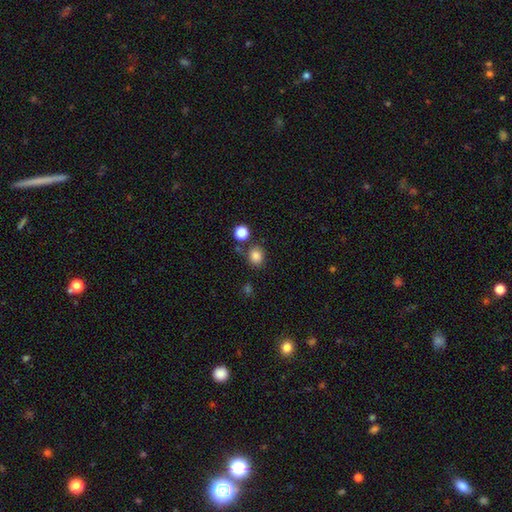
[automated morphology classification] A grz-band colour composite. It shows a smooth galaxy with no disk features (83%) that is round (76%). Merging: none (77%).